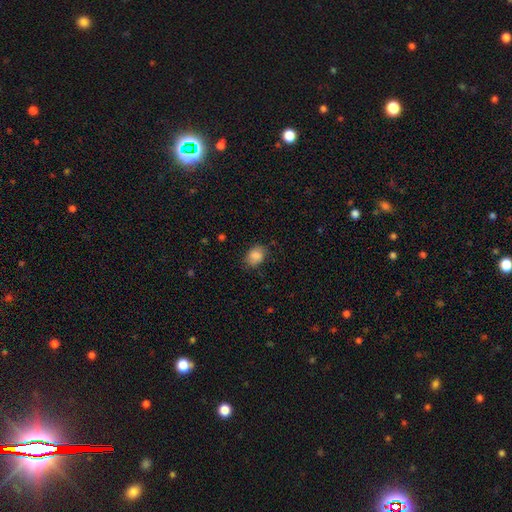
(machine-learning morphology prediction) Smooth or featured? Predicted: smooth (p=0.85). How rounded? Predicted: in between (p=0.68). Merging? Predicted: none (p=0.72).